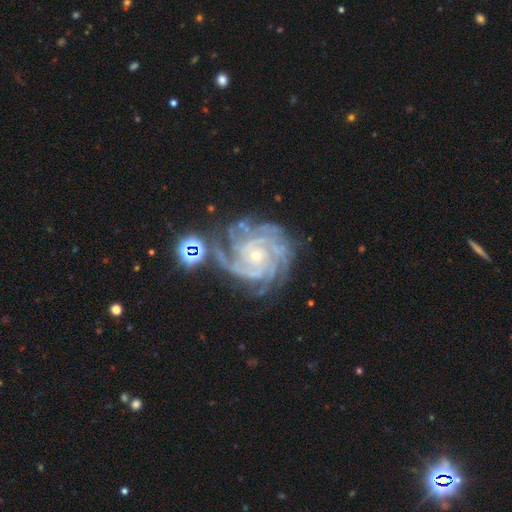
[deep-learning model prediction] Smooth or featured?
  - featured or disk: 91% *
  - star or artifact: 6%
  - smooth: 3%
Edge-on disk?
  - no: 98% *
  - yes: 2%
Bar?
  - no: 73% *
  - weak: 20%
  - strong: 8%
Spiral arms?
  - yes: 98% *
  - no: 2%
Spiral winding?
  - tight: 75% *
  - medium: 22%
  - loose: 3%
Spiral arm count?
  - 4: 32% *
  - more than 4: 21%
  - 3: 17%
  - can't tell: 14%
  - 2: 9%
  - 1: 7%
Bulge size?
  - small: 81% *
  - moderate: 16%
  - none: 2%
  - large: 1%
  - dominant: 1%
Merging?
  - none: 68% *
  - minor disturbance: 19%
  - major disturbance: 9%
  - merger: 4%